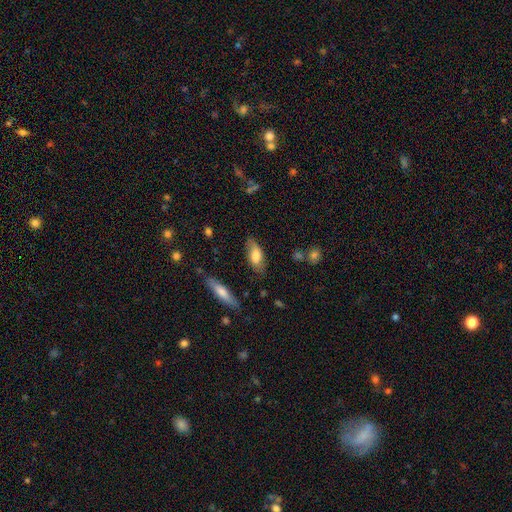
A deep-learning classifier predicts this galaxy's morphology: This is likely a smooth galaxy (72%). How rounded: clearly in between (82%). Merging: likely none (74%).